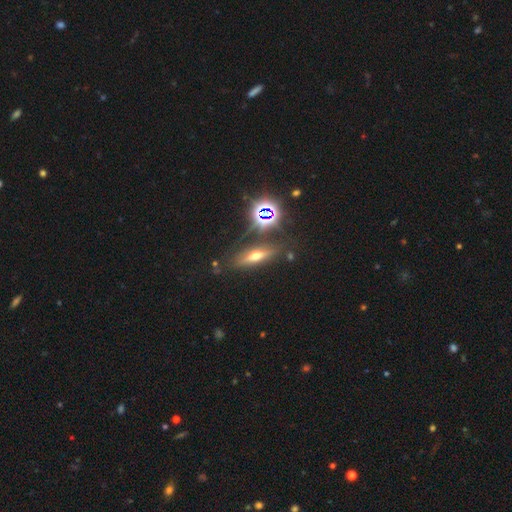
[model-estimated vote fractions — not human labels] This appears to be a smooth galaxy with no disk features (36%). Merging: none (77%).